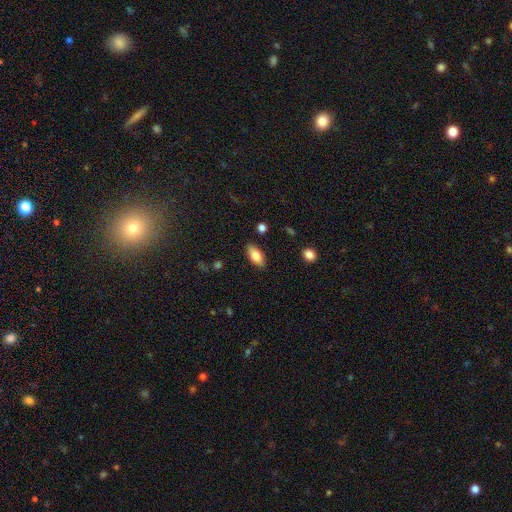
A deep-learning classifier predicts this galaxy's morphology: Overall: smooth (81%). How rounded: in between (88%). Merging: none (87%).